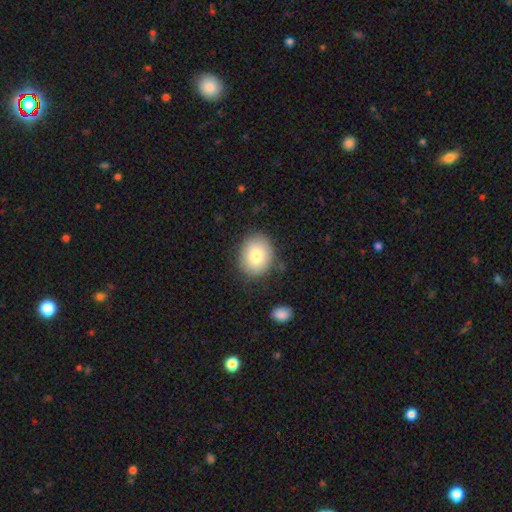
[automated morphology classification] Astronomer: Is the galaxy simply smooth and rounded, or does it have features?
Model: smooth — 79%.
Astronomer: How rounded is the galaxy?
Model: round — 59% (runner-up: in between, 40%).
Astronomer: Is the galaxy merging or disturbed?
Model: none — 82%.